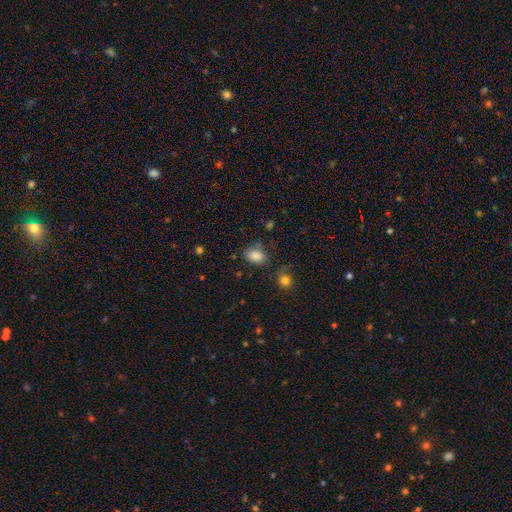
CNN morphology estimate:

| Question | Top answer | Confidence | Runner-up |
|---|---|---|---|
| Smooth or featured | smooth | 85% | star or artifact (11%) |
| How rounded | in between | 78% | round (21%) |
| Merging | none | 72% | minor disturbance (18%) |